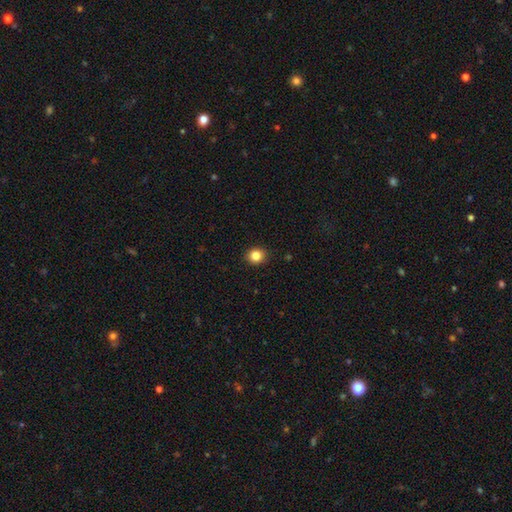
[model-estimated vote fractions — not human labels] This is clearly a smooth galaxy (84%). How rounded: clearly round (81%). Merging: clearly none (92%).